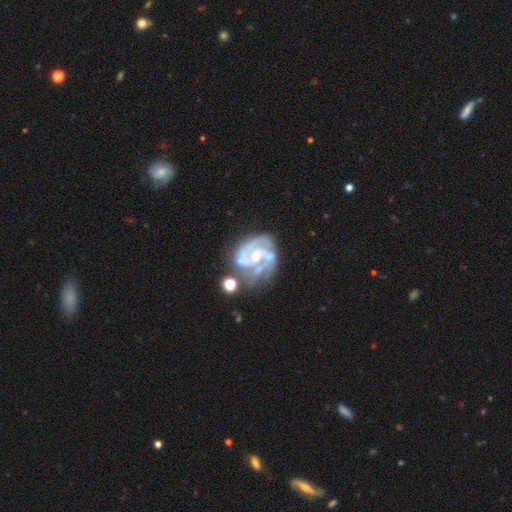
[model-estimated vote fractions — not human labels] smooth_or_featured: featured or disk (p=0.89) [alt: star or artifact p=0.06]
disk_edge_on: no (p=0.98) [alt: yes p=0.02]
bar: no (p=0.46) [alt: weak p=0.41]
has_spiral_arms: yes (p=0.96) [alt: no p=0.04]
spiral_winding: medium (p=0.47) [alt: tight p=0.44]
spiral_arm_count: 2 (p=0.52) [alt: 3 p=0.25]
bulge_size: moderate (p=0.48) [alt: small p=0.42]
merging: none (p=0.51) [alt: minor disturbance p=0.23]